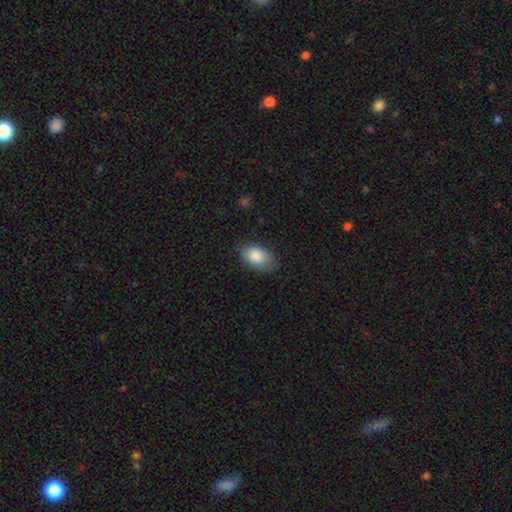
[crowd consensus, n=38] A smooth galaxy with no disk features (87%) that is in between round and cigar-shaped (85%). Merging: none (76%).